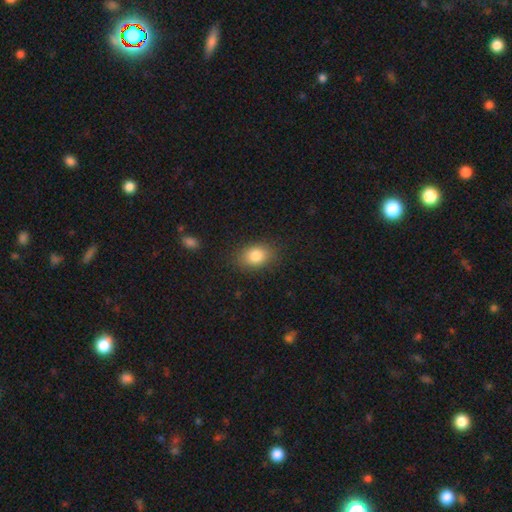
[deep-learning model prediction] A smooth galaxy with no disk features (83%) that is in between round and cigar-shaped (77%). Merging: none (84%).